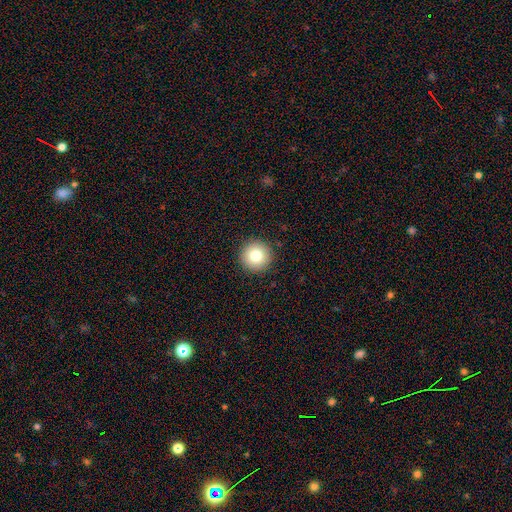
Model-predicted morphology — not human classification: smooth_or_featured: smooth (p=0.79) [alt: star or artifact p=0.11]
how_rounded: round (p=0.96) [alt: in between p=0.03]
merging: none (p=0.92) [alt: minor disturbance p=0.05]